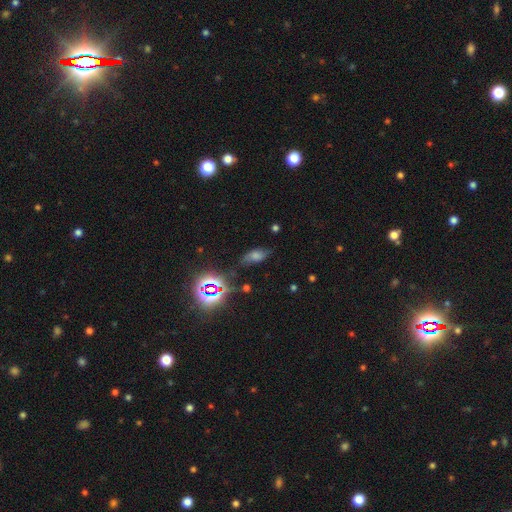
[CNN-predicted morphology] smooth_or_featured: star or artifact (p=0.40) [alt: smooth p=0.38]